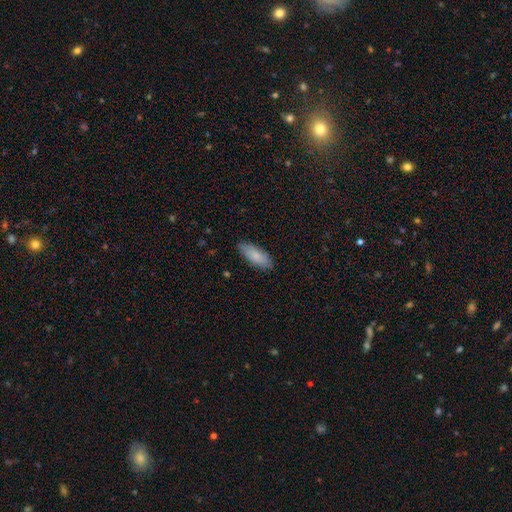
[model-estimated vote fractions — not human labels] This is clearly a smooth galaxy (83%). How rounded: likely in between (73%). Merging: clearly none (84%).